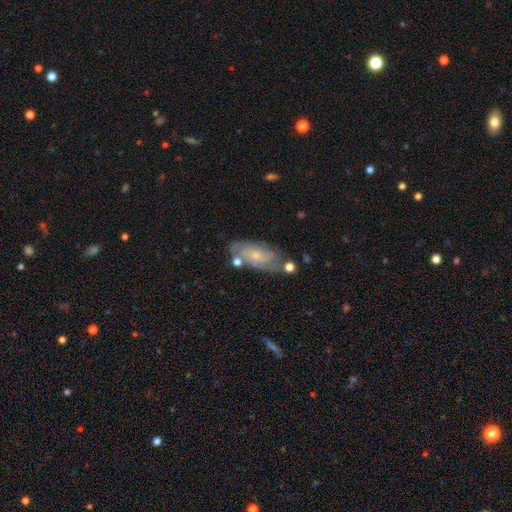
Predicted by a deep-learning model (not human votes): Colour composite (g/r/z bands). It shows a featured or disk galaxy (68%) with no bar (71%), 2 (42%) tight (53%) spiral arms (86%) and a small central bulge (71%). Merging: none (62%).